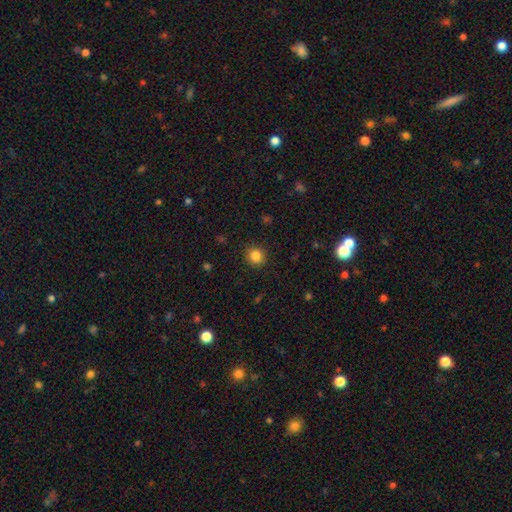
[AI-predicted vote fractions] Smooth or featured? Predicted: smooth (p=0.85). How rounded? Predicted: round (p=0.86). Merging? Predicted: none (p=0.90).